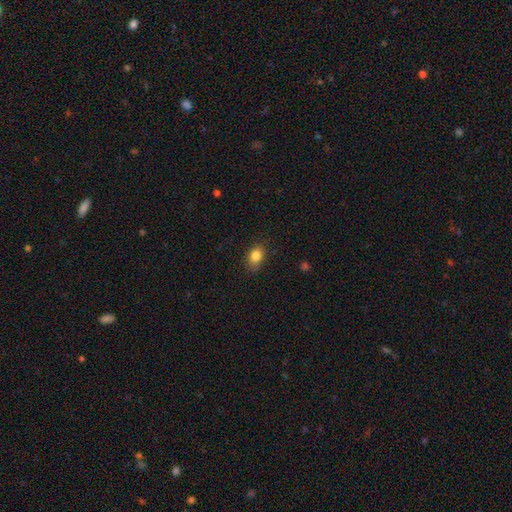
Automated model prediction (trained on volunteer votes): Morphology: type=smooth (83%); roundness=in between (73%); merging=none (79%).